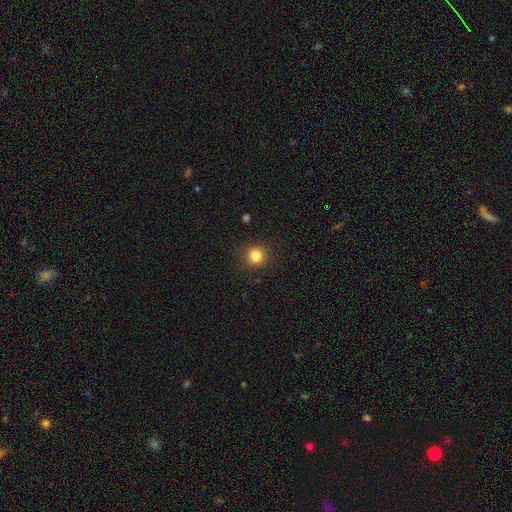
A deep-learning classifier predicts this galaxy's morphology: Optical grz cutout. It shows a smooth galaxy with no disk features (84%) that is round (91%). Merging: none (89%).